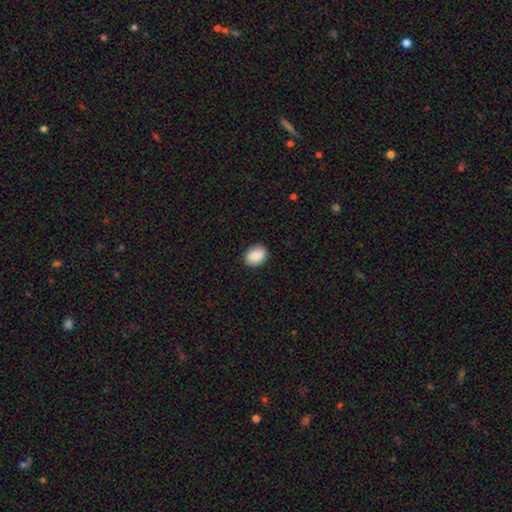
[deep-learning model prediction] Overall: smooth (89%). How rounded: in between (67%; round 32%). Merging: none (86%).